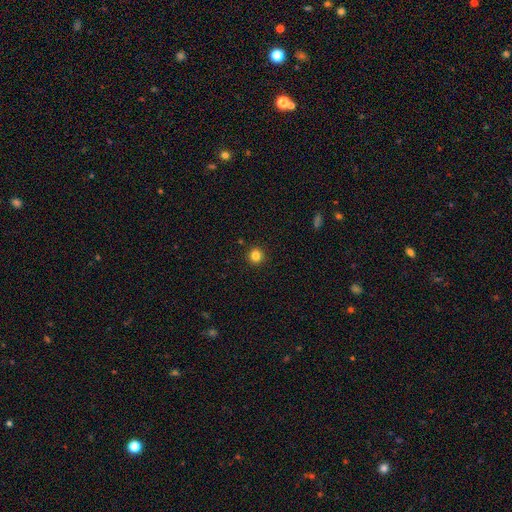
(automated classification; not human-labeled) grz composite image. It shows a smooth galaxy with no disk features (83%) that is round (95%). Merging: none (93%).